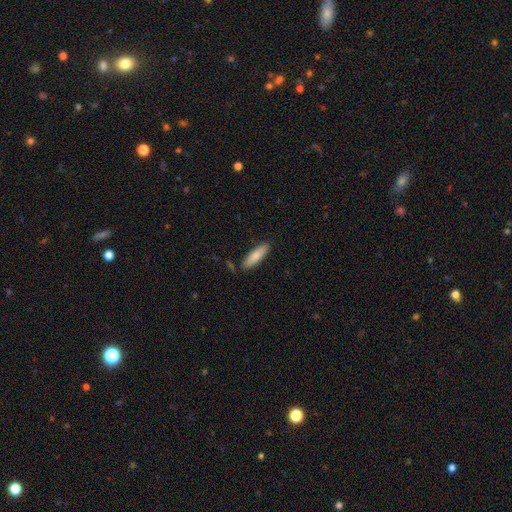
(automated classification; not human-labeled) Smooth or featured?
  - smooth: 82% *
  - featured or disk: 13%
  - star or artifact: 6%
How rounded?
  - cigar-shaped: 57% *
  - in between: 42%
  - round: 2%
Merging?
  - none: 85% *
  - minor disturbance: 11%
  - merger: 2%
  - major disturbance: 2%